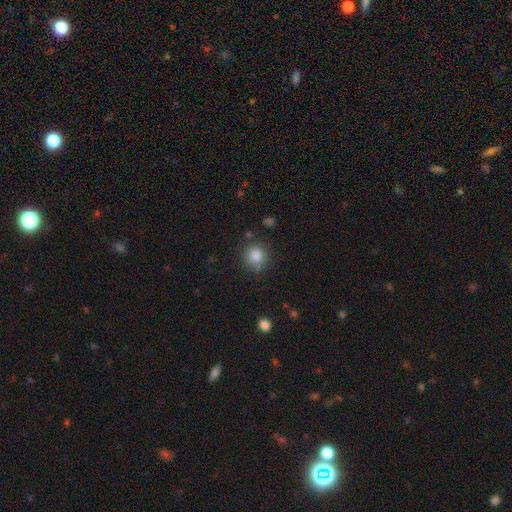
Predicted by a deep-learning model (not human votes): Overall: smooth (85%). How rounded: round (89%). Merging: none (76%).